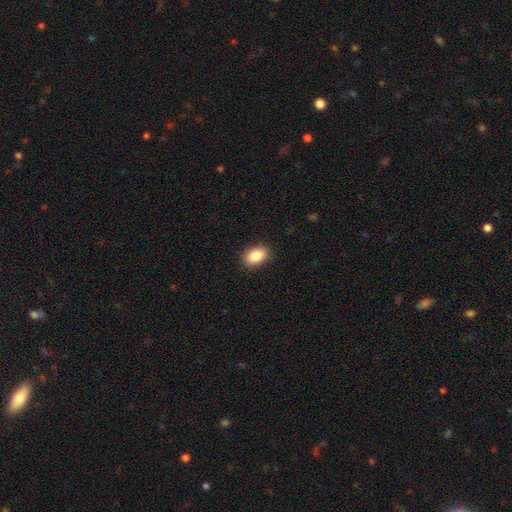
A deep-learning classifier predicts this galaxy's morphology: A smooth galaxy with no disk features (86%) that is in between round and cigar-shaped (86%).

Vote fractions:
- Smooth or featured? smooth: 86% / star or artifact: 8% / featured or disk: 6%
- How rounded? in between: 86% / round: 13% / cigar-shaped: 1%
- Merging? none: 89% / minor disturbance: 8% / major disturbance: 2% / merger: 1%